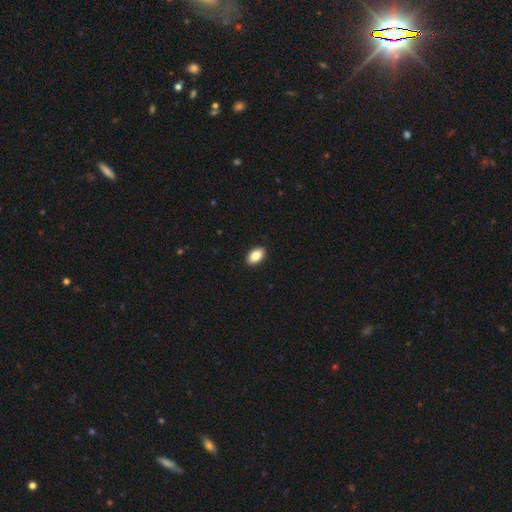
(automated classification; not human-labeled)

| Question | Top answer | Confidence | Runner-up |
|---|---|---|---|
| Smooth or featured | smooth | 84% | featured or disk (8%) |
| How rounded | in between | 90% | round (8%) |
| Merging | none | 91% | minor disturbance (6%) |